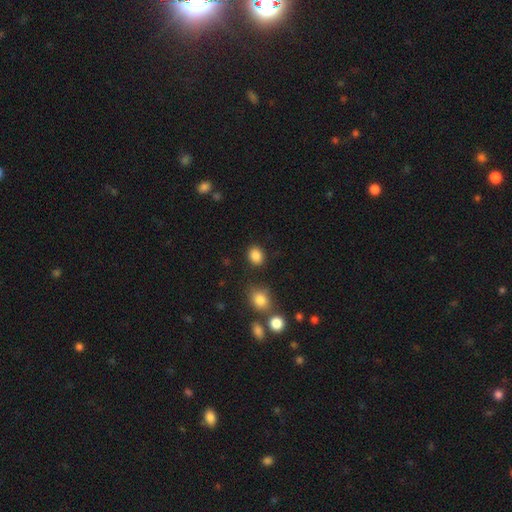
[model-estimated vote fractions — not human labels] Smooth or featured? Predicted: smooth (p=0.86). How rounded? Predicted: round (p=0.55). Merging? Predicted: none (p=0.85).